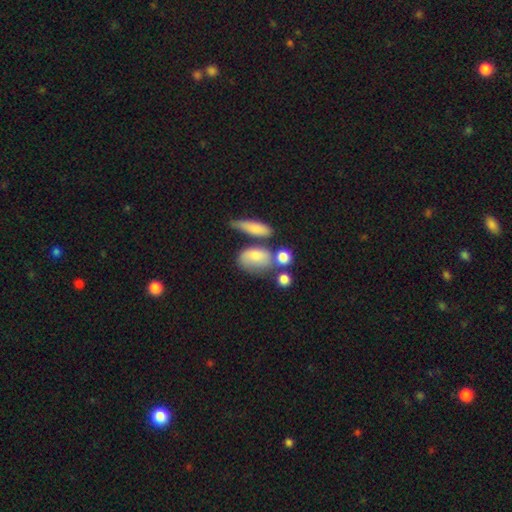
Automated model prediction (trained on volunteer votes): This is likely a smooth galaxy (68%). How rounded: likely in between (68%). Merging: marginally none (42%).